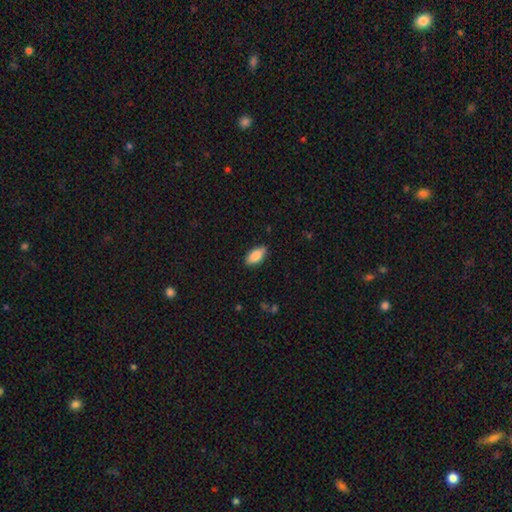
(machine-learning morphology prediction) smooth 85%, featured or disk 9%, star or artifact 6%. Down the decision tree: how rounded — in between (89%); merging — none (84%).